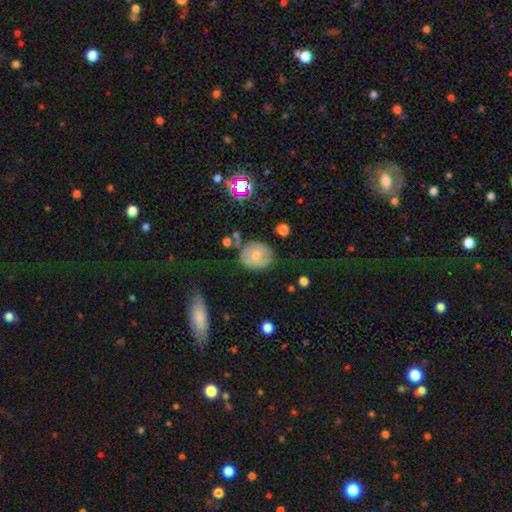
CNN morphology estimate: smooth 58%, featured or disk 32%, star or artifact 9%. Down the decision tree: how rounded — round (74%); merging — none (71%).